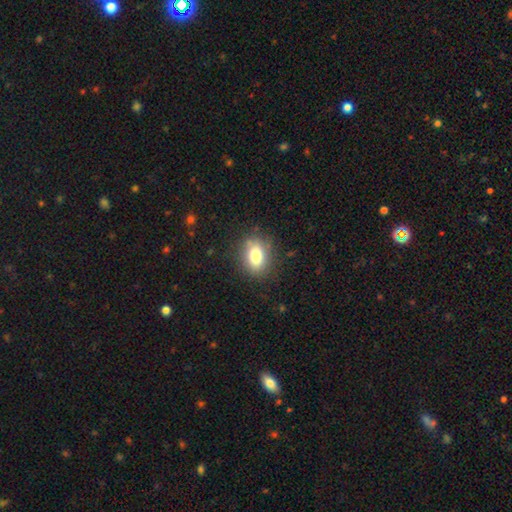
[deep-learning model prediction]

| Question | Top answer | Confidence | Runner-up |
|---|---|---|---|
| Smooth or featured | smooth | 80% | featured or disk (11%) |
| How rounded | in between | 73% | round (25%) |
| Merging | none | 81% | minor disturbance (13%) |